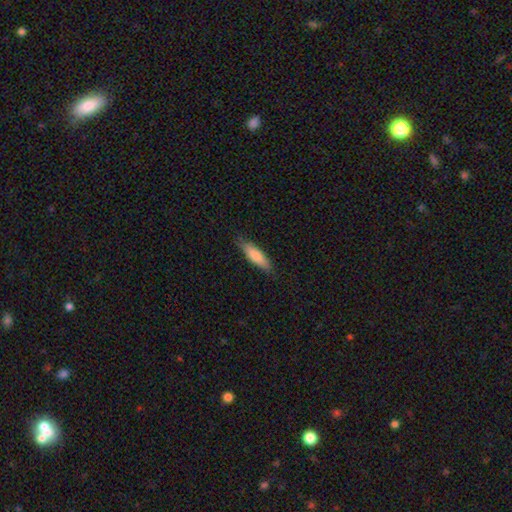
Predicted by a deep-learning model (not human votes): This appears to be a smooth galaxy with no disk features (81%) that is cigar-shaped (56%). Merging: none (80%).